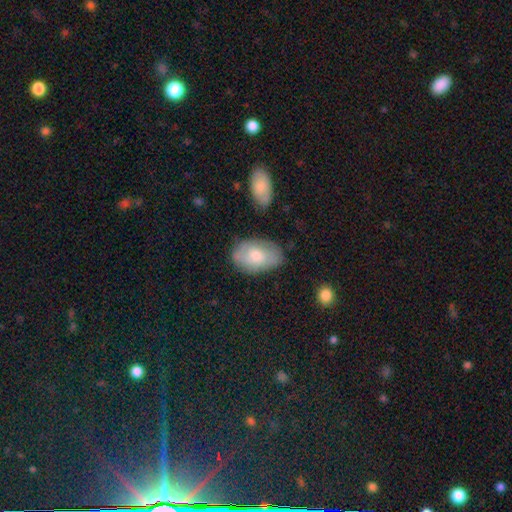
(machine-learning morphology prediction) The model was most divided on "smooth or featured": smooth: 59%, featured or disk: 34%, star or artifact: 7%. More confident: how rounded — in between (90%); merging — none (72%).